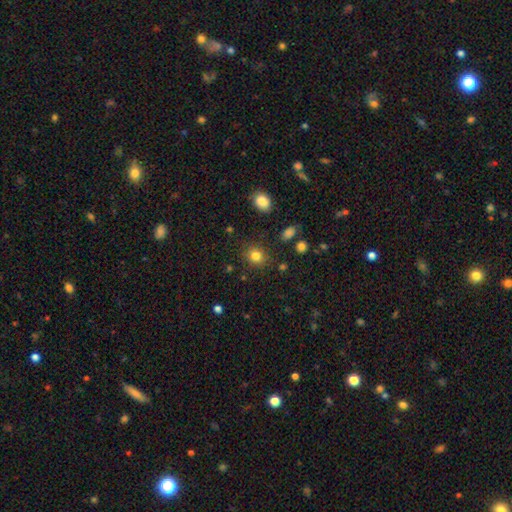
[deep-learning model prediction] This appears to be a smooth galaxy with no disk features (81%) that is round (73%). Merging: none (84%).